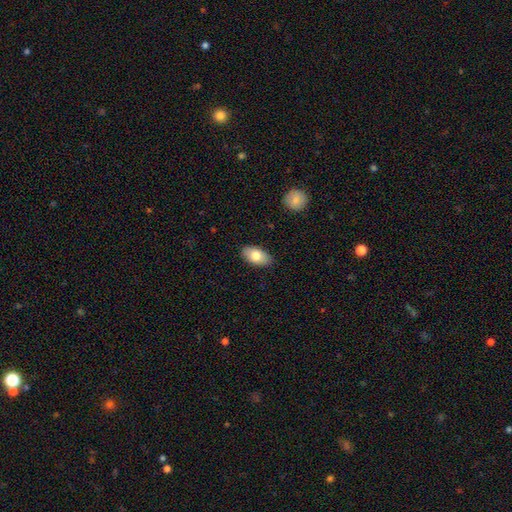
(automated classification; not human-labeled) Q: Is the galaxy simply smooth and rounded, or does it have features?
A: smooth — 79%.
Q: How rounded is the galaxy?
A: in between — 93%.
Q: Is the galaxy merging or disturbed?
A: none — 87%.